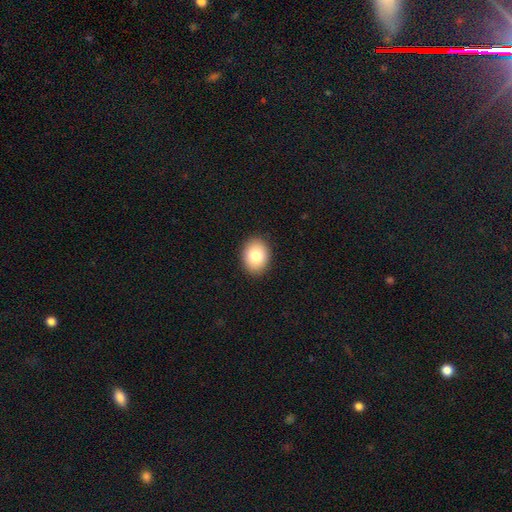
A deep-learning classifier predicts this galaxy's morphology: Smooth or featured?
  - smooth: 81% *
  - featured or disk: 11%
  - star or artifact: 8%
How rounded?
  - in between: 62% *
  - round: 37%
  - cigar-shaped: 1%
Merging?
  - none: 90% *
  - minor disturbance: 7%
  - major disturbance: 2%
  - merger: 1%